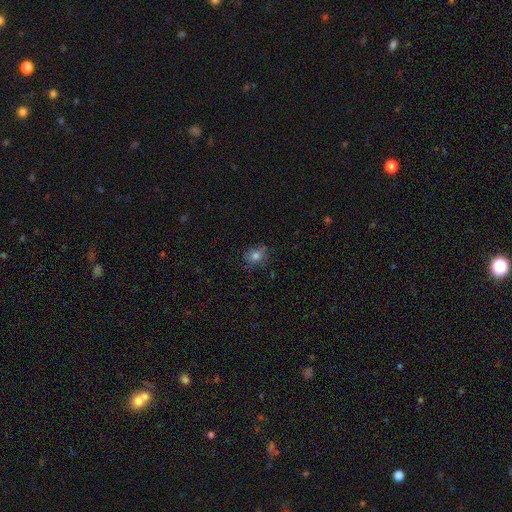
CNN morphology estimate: smooth_or_featured: smooth (p=0.75) [alt: star or artifact p=0.15]
how_rounded: round (p=0.65) [alt: in between p=0.34]
merging: none (p=0.74) [alt: minor disturbance p=0.19]